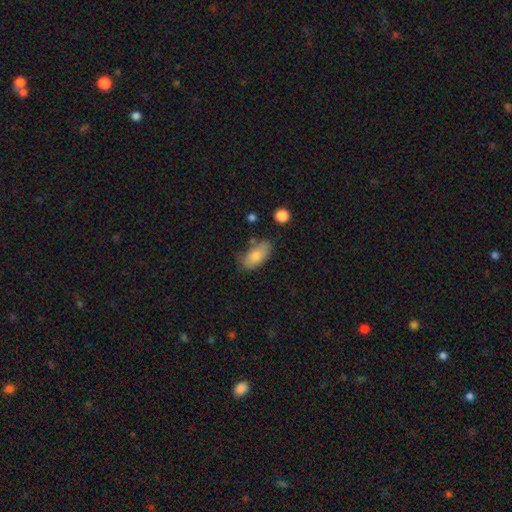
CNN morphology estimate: Smooth or featured?
  - smooth: 80% *
  - featured or disk: 13%
  - star or artifact: 7%
How rounded?
  - in between: 88% *
  - cigar-shaped: 9%
  - round: 3%
Merging?
  - none: 68% *
  - minor disturbance: 23%
  - major disturbance: 5%
  - merger: 4%